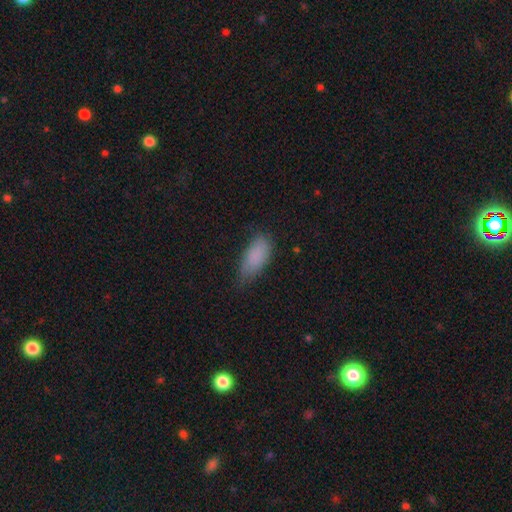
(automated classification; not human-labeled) A smooth galaxy with no disk features (85%) that is in between round and cigar-shaped (85%).

Vote fractions:
- Smooth or featured? smooth: 85% / star or artifact: 8% / featured or disk: 7%
- How rounded? in between: 85% / cigar-shaped: 12% / round: 2%
- Merging? none: 55% / minor disturbance: 35% / major disturbance: 9% / merger: 2%